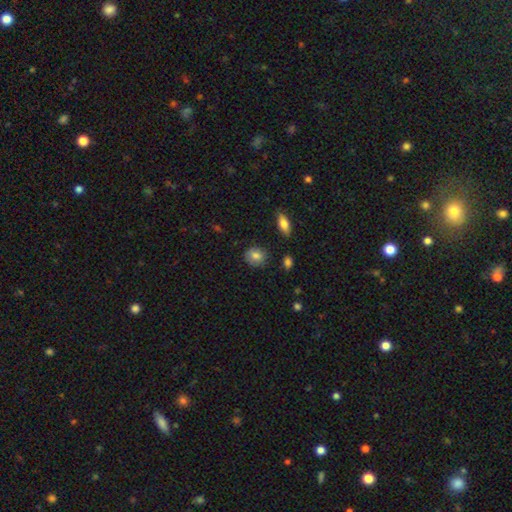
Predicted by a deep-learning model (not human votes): A smooth galaxy with no disk features (80%) that is round (73%).

Vote fractions:
- Smooth or featured? smooth: 80% / featured or disk: 12% / star or artifact: 8%
- How rounded? round: 73% / in between: 25% / cigar-shaped: 1%
- Merging? none: 84% / minor disturbance: 11% / major disturbance: 2% / merger: 2%